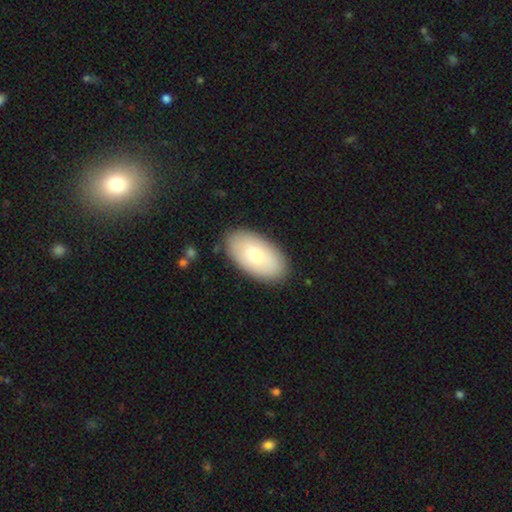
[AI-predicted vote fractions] smooth-or-featured: smooth: 73% | featured or disk: 22% | star or artifact: 6%
  how-rounded: in between: 95% | round: 3% | cigar-shaped: 2%
  merging: none: 87% | minor disturbance: 10% | major disturbance: 2% | merger: 1%